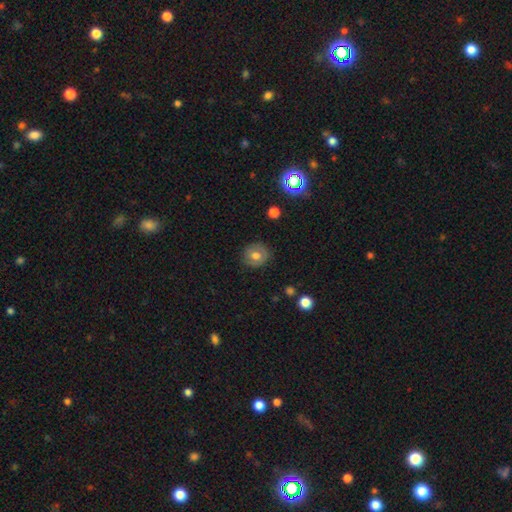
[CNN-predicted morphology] smooth_or_featured: smooth (p=0.68) [alt: featured or disk p=0.22]
how_rounded: round (p=0.86) [alt: in between p=0.13]
merging: none (p=0.84) [alt: minor disturbance p=0.11]